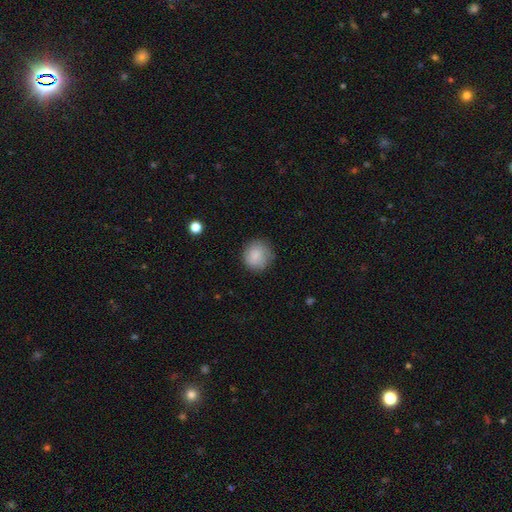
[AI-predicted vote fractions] Overall: smooth (86%). How rounded: round (90%). Merging: none (82%).